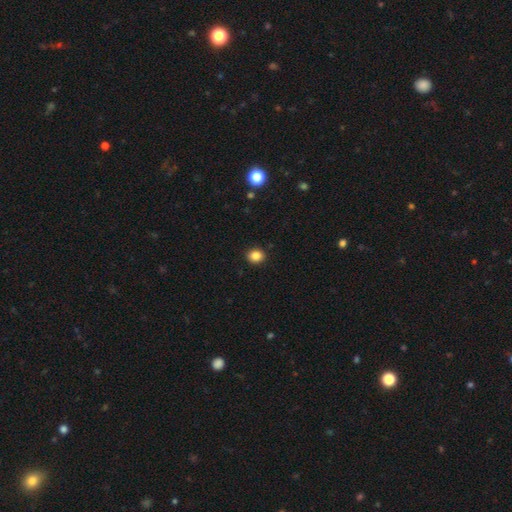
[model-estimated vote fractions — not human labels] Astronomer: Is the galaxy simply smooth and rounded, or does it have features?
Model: smooth — 85%.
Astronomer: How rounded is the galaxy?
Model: round — 68%.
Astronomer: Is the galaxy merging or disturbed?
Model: none — 91%.